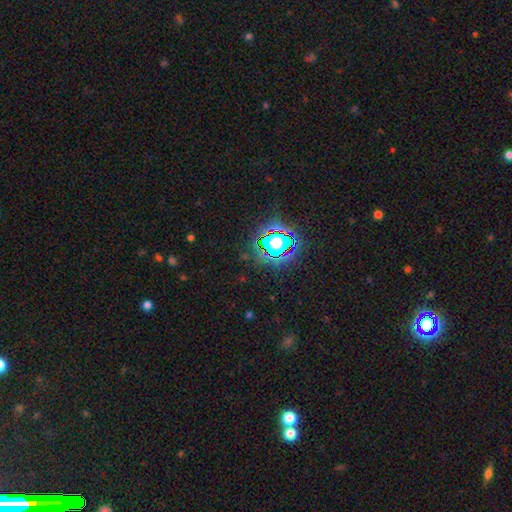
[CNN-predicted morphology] Smooth or featured? Predicted: star or artifact (p=0.82).